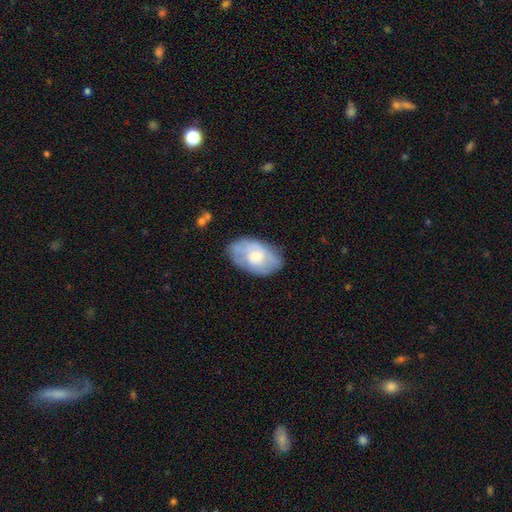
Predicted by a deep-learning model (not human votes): This is possibly a featured or disk galaxy (51%). It is clearly not viewed edge-on (94%). Merging: likely none (67%).